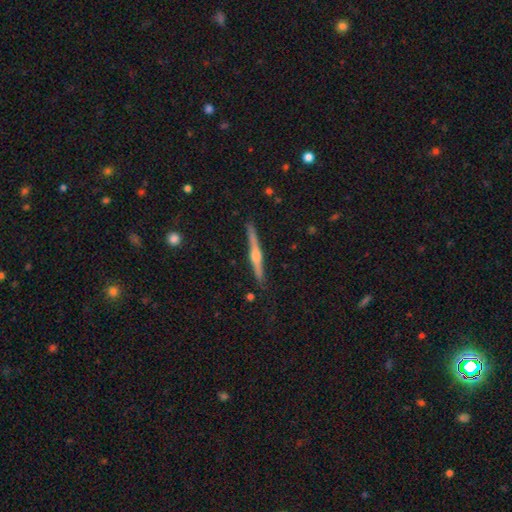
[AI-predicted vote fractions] smooth-or-featured: featured or disk: 79% | smooth: 15% | star or artifact: 5%
  disk-edge-on: yes: 98% | no: 2%
    edge-on-bulge: rounded: 87% | boxy: 8% | none: 5%
  merging: none: 90% | minor disturbance: 7% | major disturbance: 1% | merger: 1%